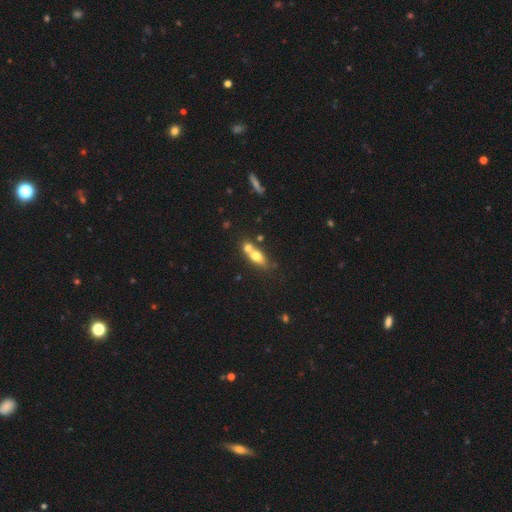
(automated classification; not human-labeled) The model was most divided on "merging": merger: 48%, none: 37%, minor disturbance: 11%, major disturbance: 5%. More confident: smooth or featured — smooth (66%); how rounded — in between (63%).